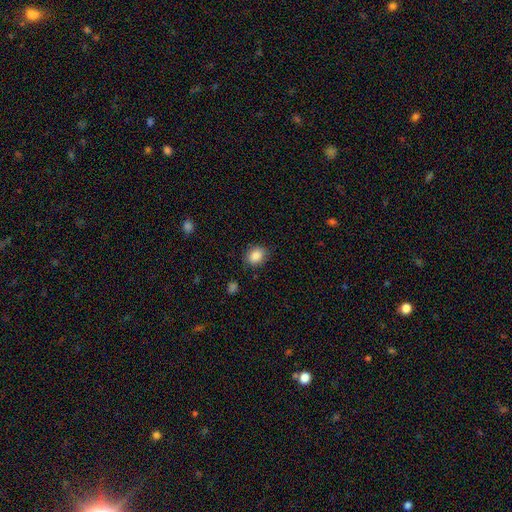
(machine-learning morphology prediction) Overall: smooth (87%). How rounded: in between (57%; round 42%). Merging: none (82%).